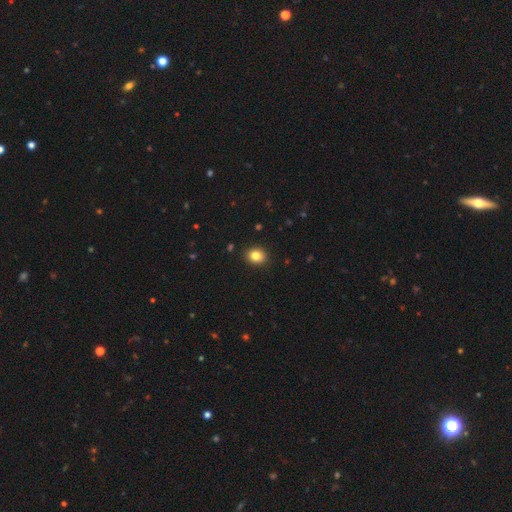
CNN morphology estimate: Smooth or featured: smooth — 84% (star or artifact — 10%)
How rounded: round — 56% (in between — 43%)
Merging: none — 90% (minor disturbance — 7%)